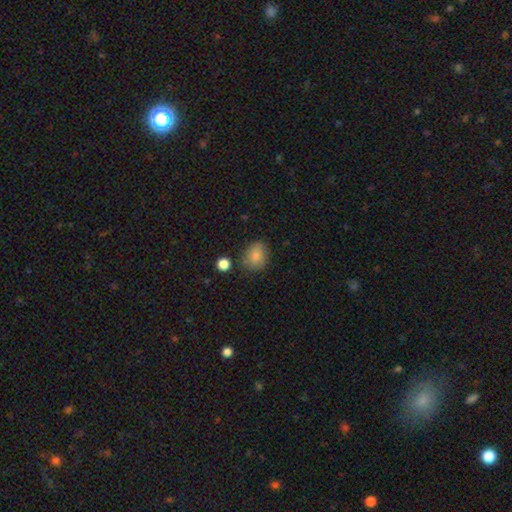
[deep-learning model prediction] Smooth or featured? smooth (83%)
How rounded? round (58%)
Merging? none (74%)